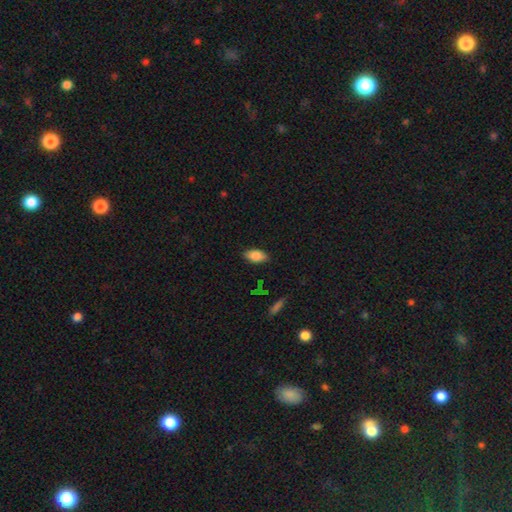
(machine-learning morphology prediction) Overall: smooth (83%). How rounded: in between (91%). Merging: none (86%).